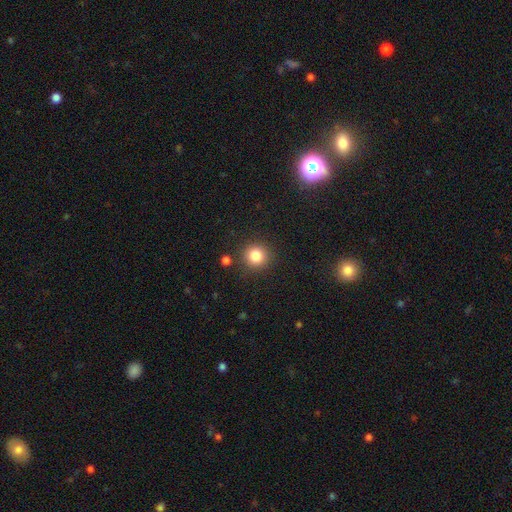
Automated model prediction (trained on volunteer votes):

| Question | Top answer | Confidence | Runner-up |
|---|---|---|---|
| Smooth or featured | smooth | 83% | star or artifact (12%) |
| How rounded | round | 93% | in between (6%) |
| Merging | none | 87% | minor disturbance (7%) |